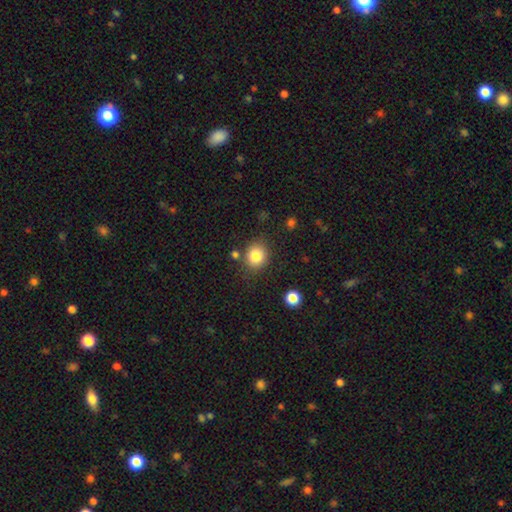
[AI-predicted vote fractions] Smooth or featured? Predicted: smooth (p=0.83). How rounded? Predicted: round (p=0.76). Merging? Predicted: none (p=0.79).